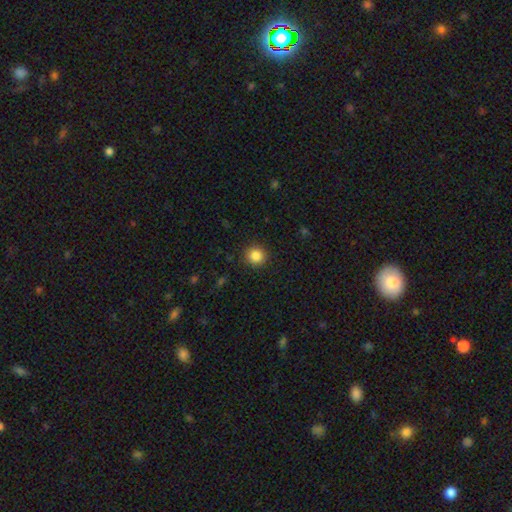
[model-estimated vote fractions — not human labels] smooth_or_featured: smooth (p=0.86) [alt: star or artifact p=0.10]
how_rounded: round (p=0.92) [alt: in between p=0.07]
merging: none (p=0.91) [alt: minor disturbance p=0.06]